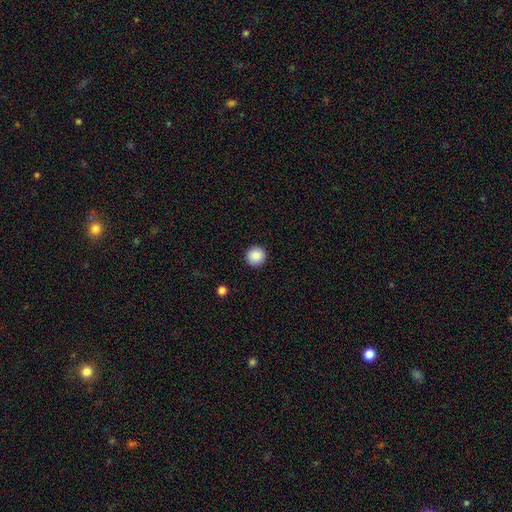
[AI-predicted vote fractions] Smooth or featured? smooth (89%)
How rounded? round (96%)
Merging? none (93%)